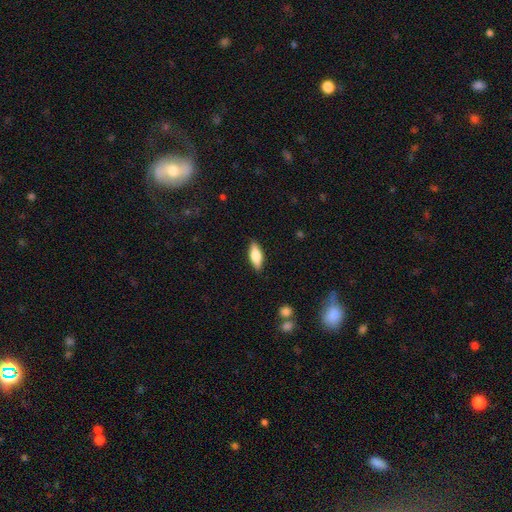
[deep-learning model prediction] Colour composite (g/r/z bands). It shows a smooth galaxy with no disk features (67%) that is in between round and cigar-shaped (69%). Merging: none (88%).